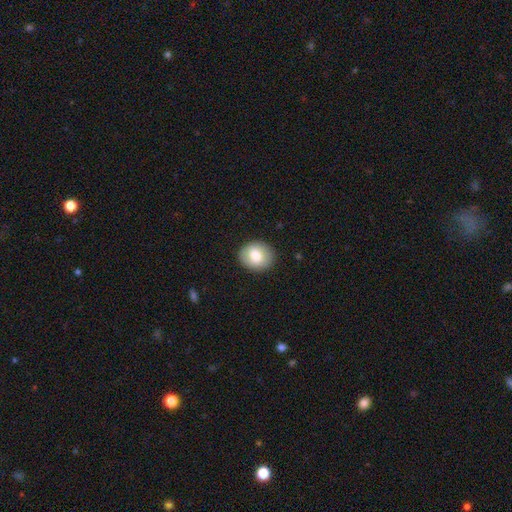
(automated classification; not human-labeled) This is likely a smooth galaxy (76%). How rounded: likely round (65%). Merging: clearly none (88%).